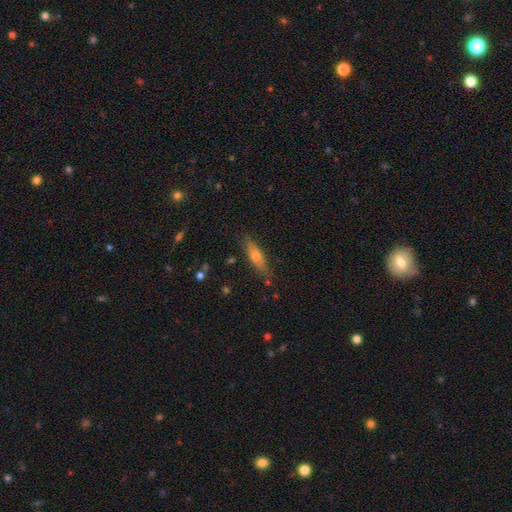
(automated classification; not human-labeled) A smooth galaxy with no disk features (60%) that is cigar-shaped (59%). Merging: none (78%).